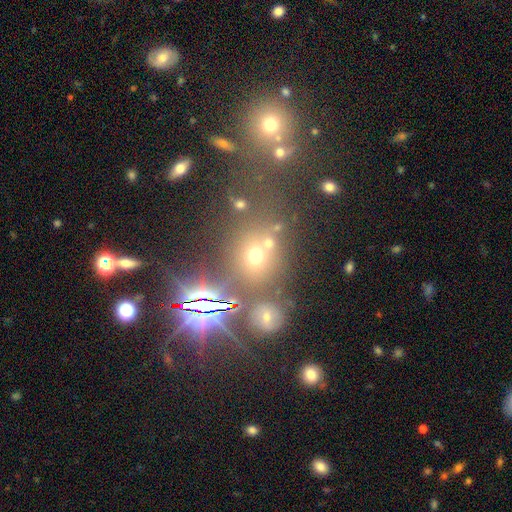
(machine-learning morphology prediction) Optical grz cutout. It shows a smooth galaxy with no disk features (49%). Merging: none (59%).